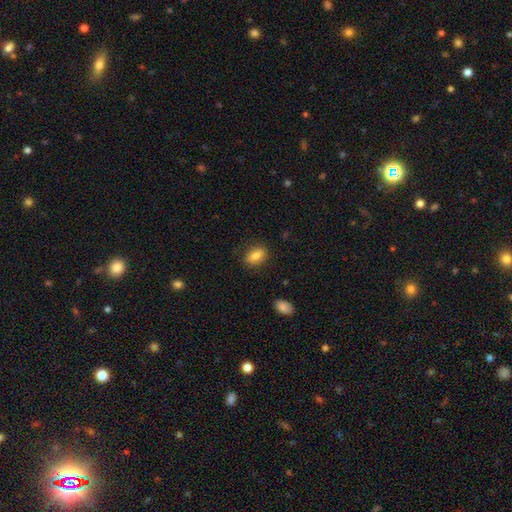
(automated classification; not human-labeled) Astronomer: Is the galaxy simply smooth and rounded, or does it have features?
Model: smooth — 83%.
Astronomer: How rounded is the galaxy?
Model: in between — 84%.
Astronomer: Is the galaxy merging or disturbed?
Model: none — 84%.